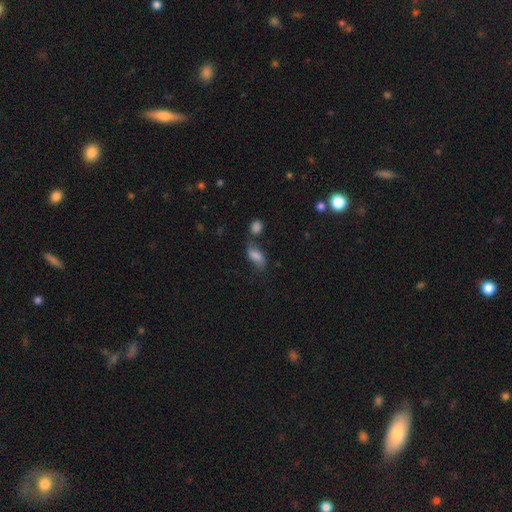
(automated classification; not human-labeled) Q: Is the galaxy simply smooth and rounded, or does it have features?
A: smooth — 72%.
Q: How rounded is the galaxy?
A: in between — 83%.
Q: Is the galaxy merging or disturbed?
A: none — 47%.